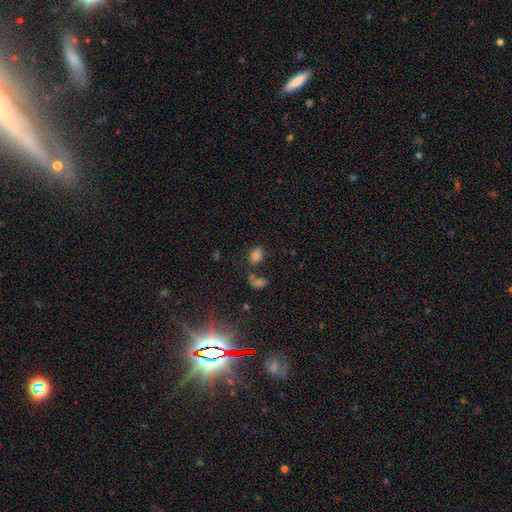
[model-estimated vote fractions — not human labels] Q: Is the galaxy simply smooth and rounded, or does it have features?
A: smooth — 77%.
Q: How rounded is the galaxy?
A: in between — 84%.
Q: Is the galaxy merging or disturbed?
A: none — 59%.